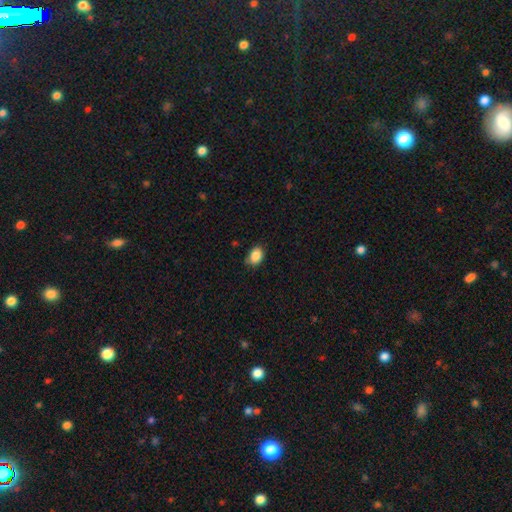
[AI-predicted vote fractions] smooth_or_featured: smooth (p=0.87) [alt: star or artifact p=0.08]
how_rounded: in between (p=0.73) [alt: round p=0.26]
merging: none (p=0.73) [alt: minor disturbance p=0.22]